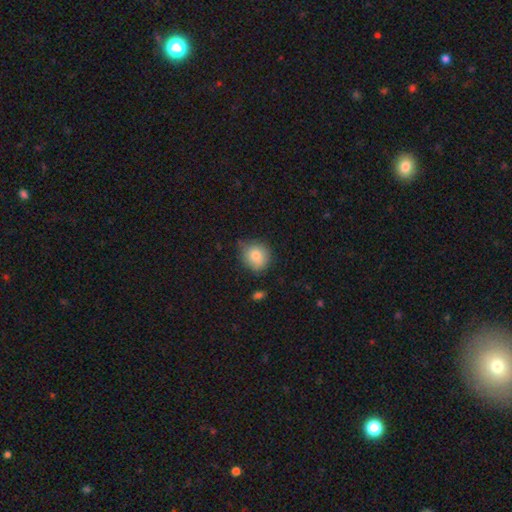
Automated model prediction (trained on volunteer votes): Overall: smooth (82%). How rounded: round (80%). Merging: none (62%; minor disturbance 30%).